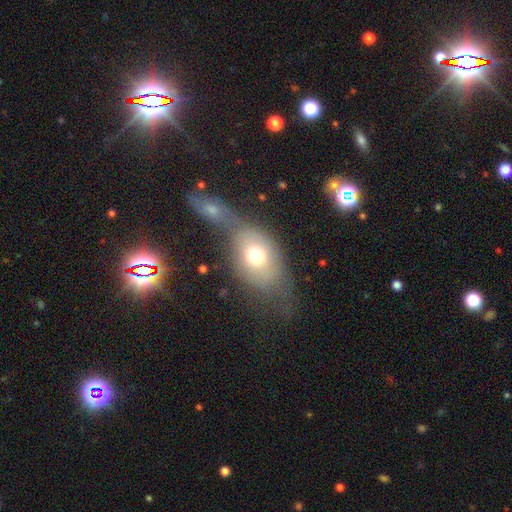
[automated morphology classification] Smooth or featured? Predicted: smooth (p=0.67). How rounded? Predicted: in between (p=0.73). Merging? Predicted: merger (p=0.45).